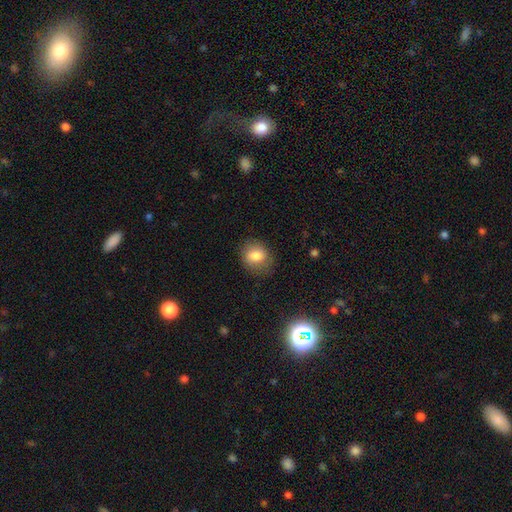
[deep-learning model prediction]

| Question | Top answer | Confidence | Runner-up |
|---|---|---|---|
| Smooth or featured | smooth | 80% | featured or disk (11%) |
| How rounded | round | 64% | in between (35%) |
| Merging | none | 76% | minor disturbance (17%) |